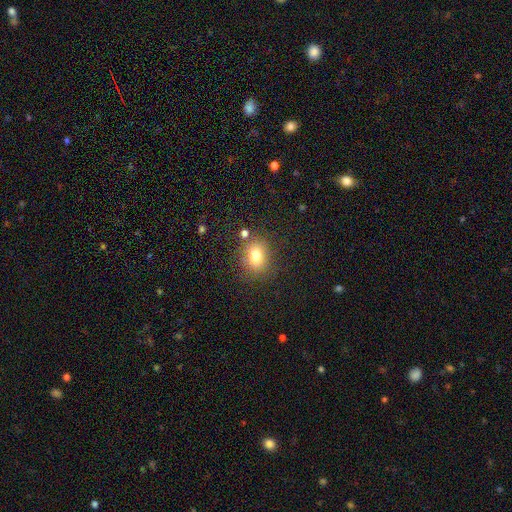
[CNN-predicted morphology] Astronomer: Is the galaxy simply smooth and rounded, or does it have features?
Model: smooth — 78%.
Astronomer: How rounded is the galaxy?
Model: round — 53% (runner-up: in between, 46%).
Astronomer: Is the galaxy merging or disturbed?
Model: none — 76%.